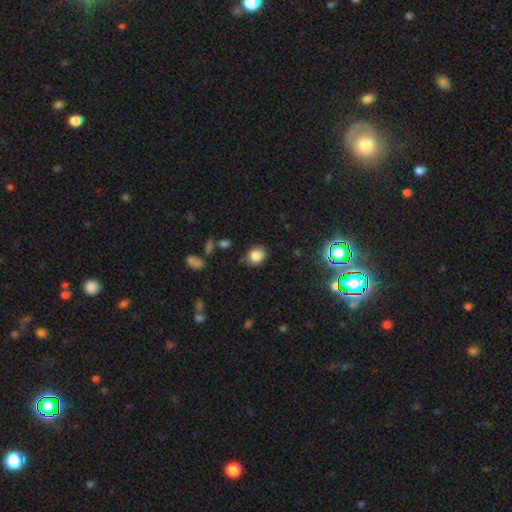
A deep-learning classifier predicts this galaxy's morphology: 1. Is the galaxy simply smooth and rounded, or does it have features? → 82% smooth, 13% star or artifact, 5% featured or disk.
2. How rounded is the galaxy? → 70% round, 29% in between, 1% cigar-shaped.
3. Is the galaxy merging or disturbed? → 79% none, 15% minor disturbance, 3% major disturbance, 2% merger.